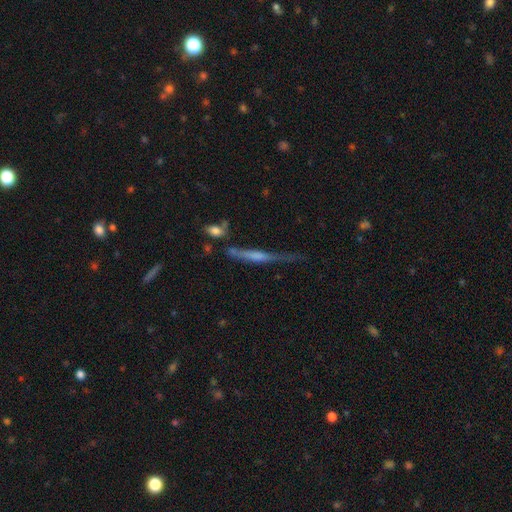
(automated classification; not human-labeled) smooth-or-featured: featured or disk: 68% | smooth: 19% | star or artifact: 13%
  disk-edge-on: yes: 92% | no: 8%
    edge-on-bulge: rounded: 73% | none: 16% | boxy: 11%
  merging: none: 71% | minor disturbance: 14% | merger: 9% | major disturbance: 6%